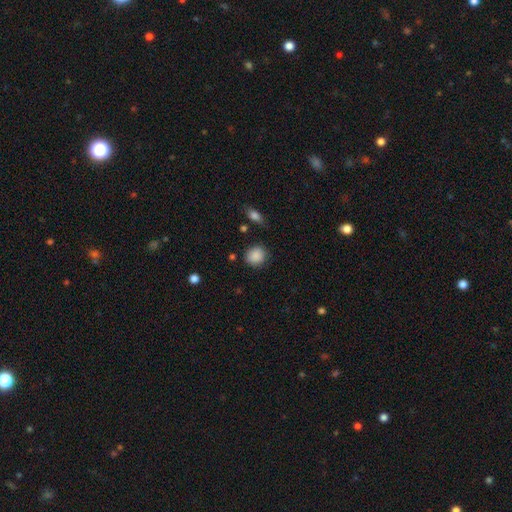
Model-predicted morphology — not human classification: Smooth or featured? smooth (88%)
How rounded? round (80%)
Merging? none (82%)